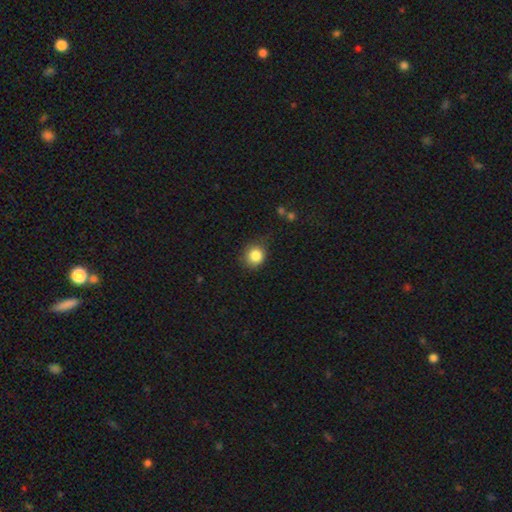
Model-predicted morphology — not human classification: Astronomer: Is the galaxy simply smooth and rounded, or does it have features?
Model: smooth — 84%.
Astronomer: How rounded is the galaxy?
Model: round — 77%.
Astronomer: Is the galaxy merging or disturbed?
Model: none — 74%.